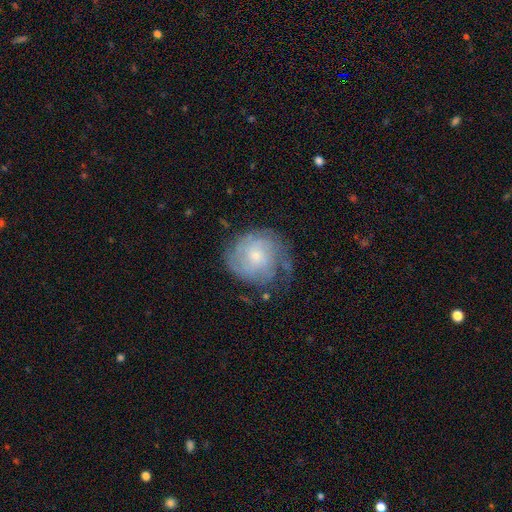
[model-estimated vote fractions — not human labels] Q: Smooth or featured?
A: featured or disk (69%); runner-up: smooth (23%)
Q: Edge-on disk?
A: no (98%); runner-up: yes (2%)
Q: Bar?
A: no (75%); runner-up: weak (22%)
Q: Spiral arms?
A: yes (88%); runner-up: no (12%)
Q: Spiral winding?
A: tight (63%); runner-up: medium (27%)
Q: Spiral arm count?
A: can't tell (47%); runner-up: 2 (18%)
Q: Bulge size?
A: small (70%); runner-up: moderate (24%)
Q: Merging?
A: none (61%); runner-up: minor disturbance (23%)